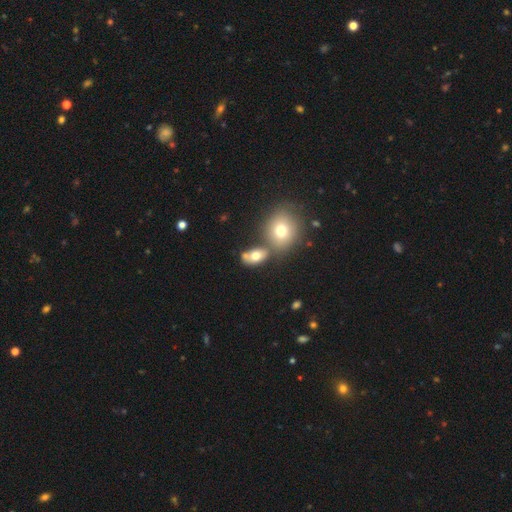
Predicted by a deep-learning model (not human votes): This appears to be a smooth galaxy with no disk features (72%) that is in between round and cigar-shaped (76%). Merging: none (49%).